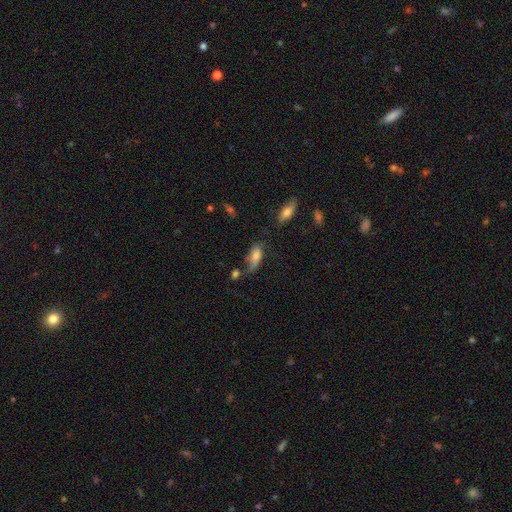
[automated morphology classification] Smooth or featured?
  - smooth: 74% *
  - featured or disk: 18%
  - star or artifact: 8%
How rounded?
  - in between: 85% *
  - cigar-shaped: 12%
  - round: 3%
Merging?
  - none: 37% *
  - minor disturbance: 30%
  - major disturbance: 20%
  - merger: 13%